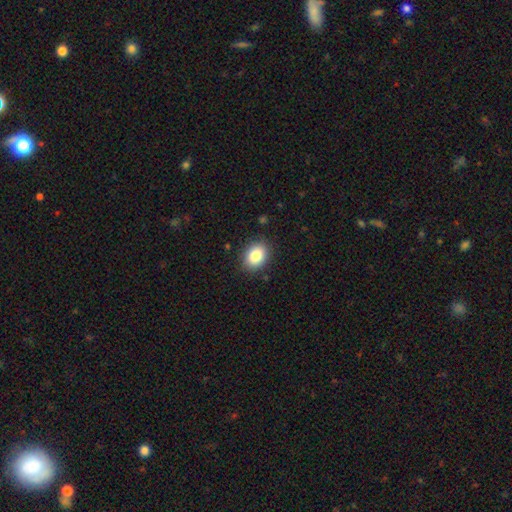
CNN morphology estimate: Smooth or featured: smooth — 84% (star or artifact — 9%)
How rounded: in between — 66% (round — 33%)
Merging: none — 87% (minor disturbance — 9%)